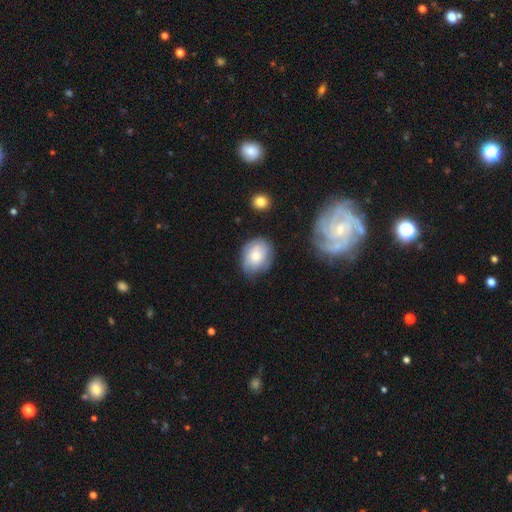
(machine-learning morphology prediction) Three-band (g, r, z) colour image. It shows a smooth galaxy with no disk features (55%) that is round (52%). Merging: none (70%).